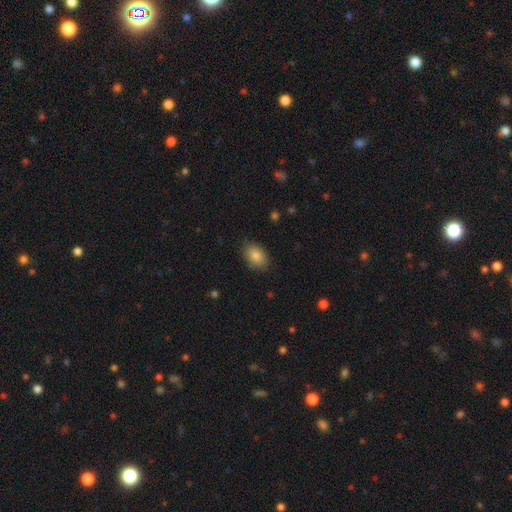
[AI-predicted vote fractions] smooth_or_featured: smooth (p=0.85) [alt: star or artifact p=0.08]
how_rounded: in between (p=0.85) [alt: round p=0.14]
merging: none (p=0.82) [alt: minor disturbance p=0.14]